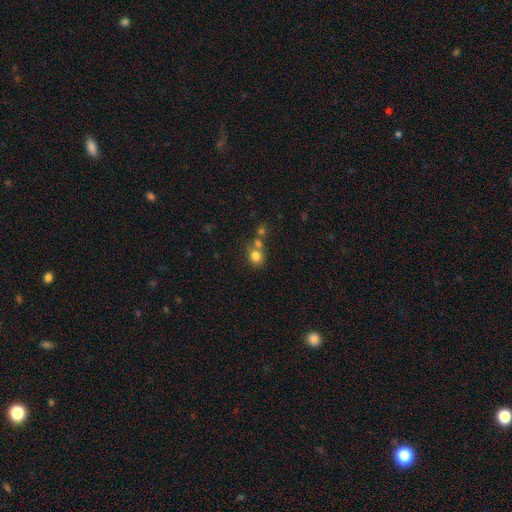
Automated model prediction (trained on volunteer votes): Morphology: type=smooth (79%); roundness=round (72%); merging=none (48%).